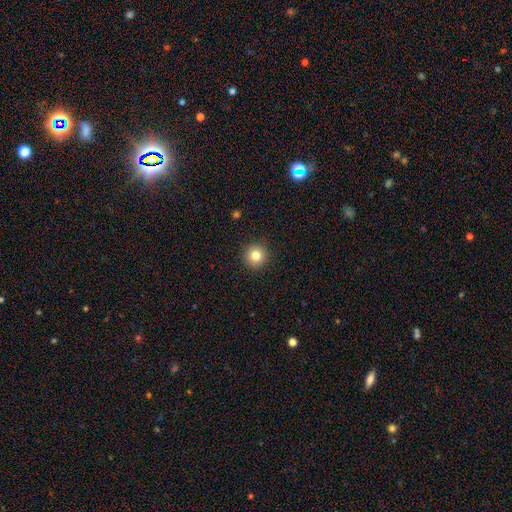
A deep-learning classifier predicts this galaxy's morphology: A smooth galaxy with no disk features (81%) that is round (95%).

Vote fractions:
- Smooth or featured? smooth: 81% / star or artifact: 11% / featured or disk: 7%
- How rounded? round: 95% / in between: 4% / cigar-shaped: 1%
- Merging? none: 92% / minor disturbance: 5% / major disturbance: 2% / merger: 1%